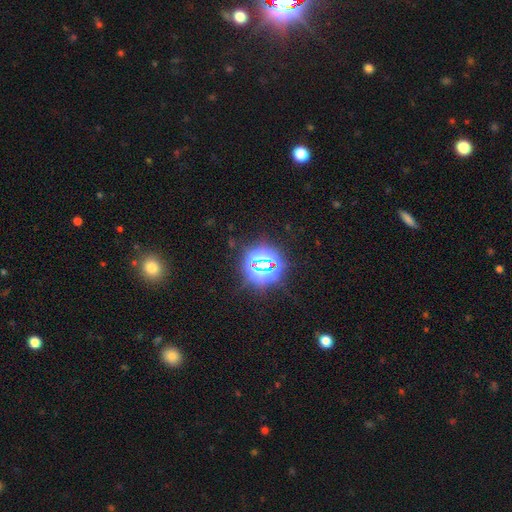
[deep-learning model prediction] The model was most divided on "smooth or featured": star or artifact: 78%, smooth: 14%, featured or disk: 8%.